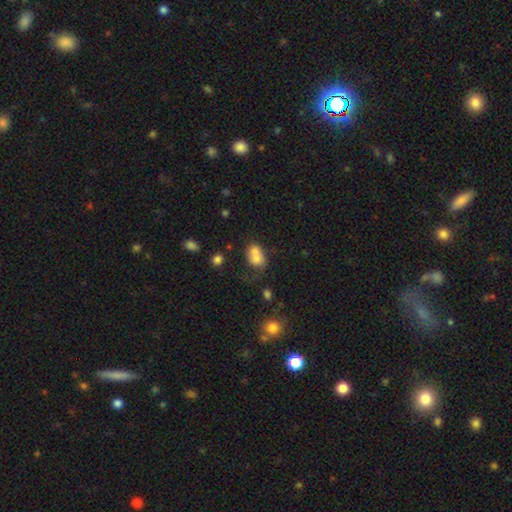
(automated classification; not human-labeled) A smooth galaxy with no disk features (70%) that is in between round and cigar-shaped (58%).

Vote fractions:
- Smooth or featured? smooth: 70% / featured or disk: 19% / star or artifact: 11%
- How rounded? in between: 58% / round: 41% / cigar-shaped: 1%
- Merging? merger: 62% / none: 21% / minor disturbance: 10% / major disturbance: 8%